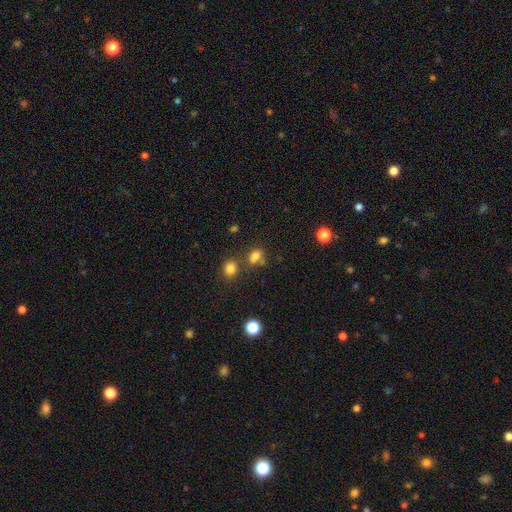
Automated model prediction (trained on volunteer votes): This appears to be a smooth galaxy with no disk features (74%) that is in between round and cigar-shaped (56%). Merging: none (51%).